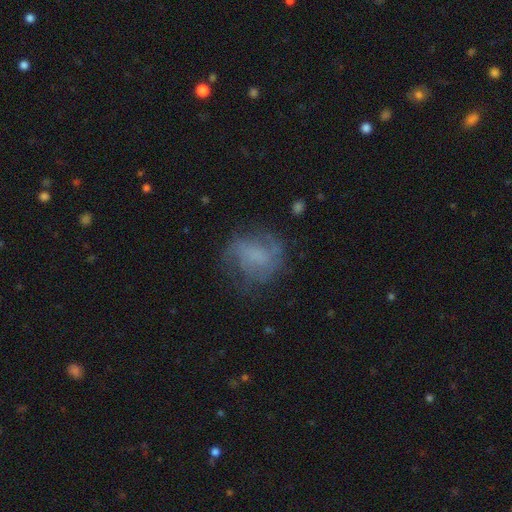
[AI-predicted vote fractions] Smooth or featured? featured or disk (51%)
Edge-on disk? no (97%)
Merging? none (60%)